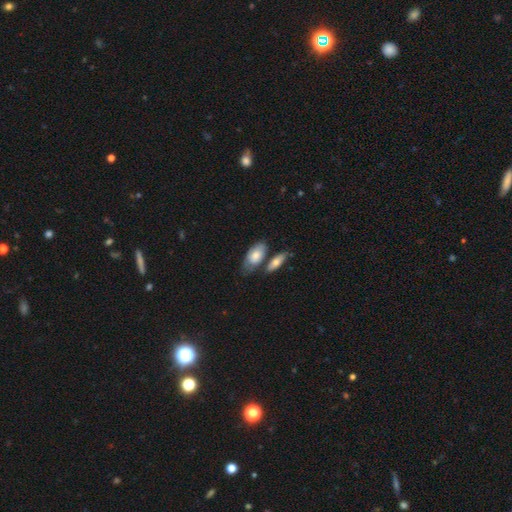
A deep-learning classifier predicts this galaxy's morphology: type=smooth (71%); roundness=in between (90%); merging=none (49%).